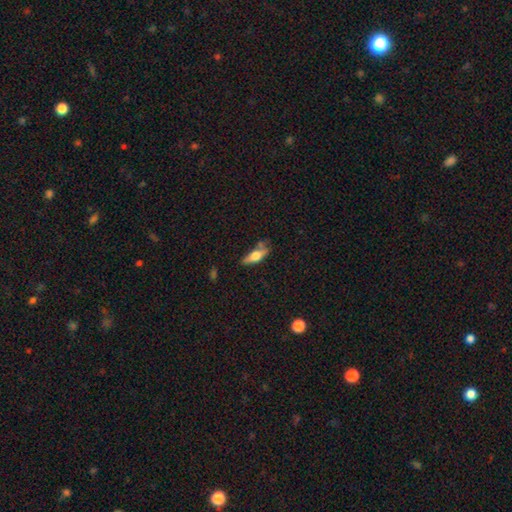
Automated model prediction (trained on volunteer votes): Overall: smooth (48%; featured or disk 45%). Merging: none (58%; minor disturbance 22%).